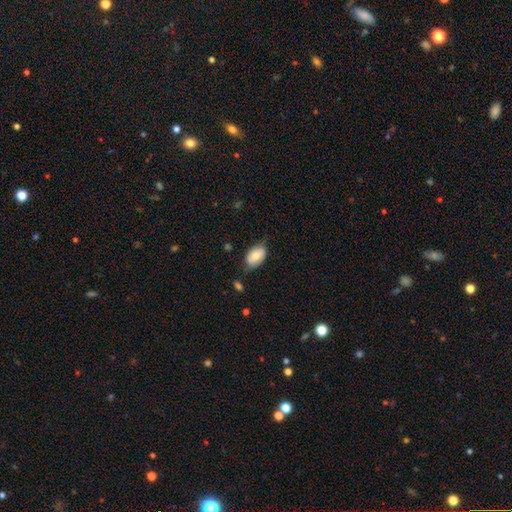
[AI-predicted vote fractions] Smooth or featured? Predicted: smooth (p=0.75). How rounded? Predicted: in between (p=0.93). Merging? Predicted: none (p=0.64).